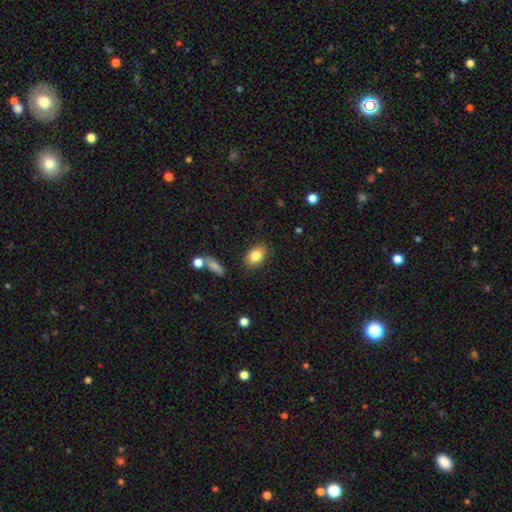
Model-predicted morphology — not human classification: Smooth or featured? smooth (83%)
How rounded? in between (82%)
Merging? none (84%)